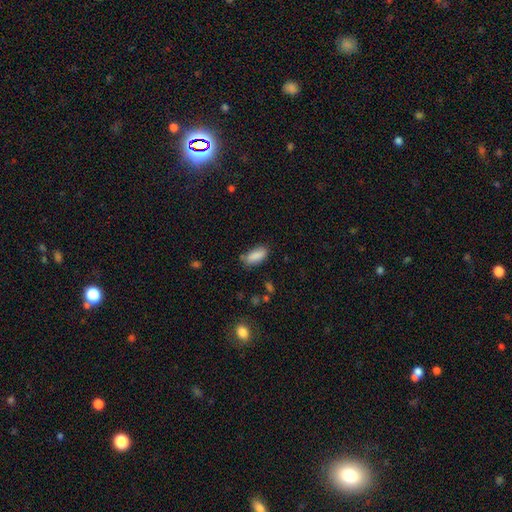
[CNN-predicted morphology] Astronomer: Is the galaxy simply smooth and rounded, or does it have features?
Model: smooth — 88%.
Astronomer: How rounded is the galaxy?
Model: in between — 85%.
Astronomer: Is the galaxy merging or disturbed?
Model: none — 75%.